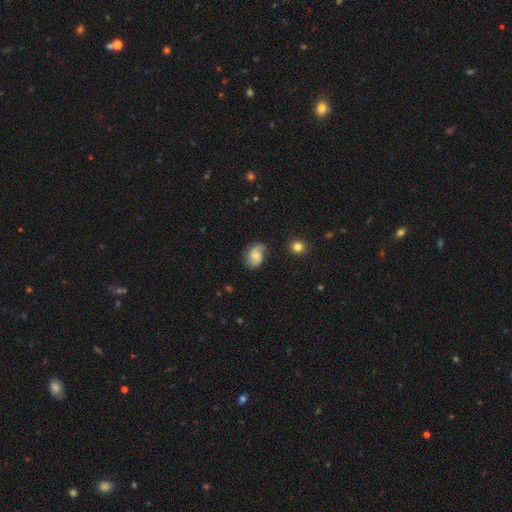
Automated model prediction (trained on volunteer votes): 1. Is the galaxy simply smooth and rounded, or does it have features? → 53% featured or disk, 38% smooth, 9% star or artifact.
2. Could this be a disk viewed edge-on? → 97% no, 3% yes.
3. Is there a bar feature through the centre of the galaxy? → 60% no, 34% weak, 5% strong.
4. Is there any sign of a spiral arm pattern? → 90% yes, 10% no.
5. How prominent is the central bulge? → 43% moderate, 39% small, 10% none, 6% large, 2% dominant.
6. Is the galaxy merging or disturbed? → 65% none, 24% minor disturbance, 9% major disturbance, 2% merger.